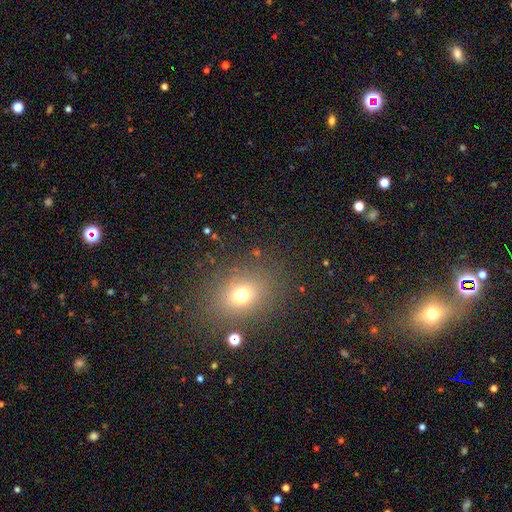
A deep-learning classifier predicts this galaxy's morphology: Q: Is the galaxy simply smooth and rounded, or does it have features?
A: smooth — 63%.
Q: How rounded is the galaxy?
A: round — 53%.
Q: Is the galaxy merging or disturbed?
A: none — 85%.